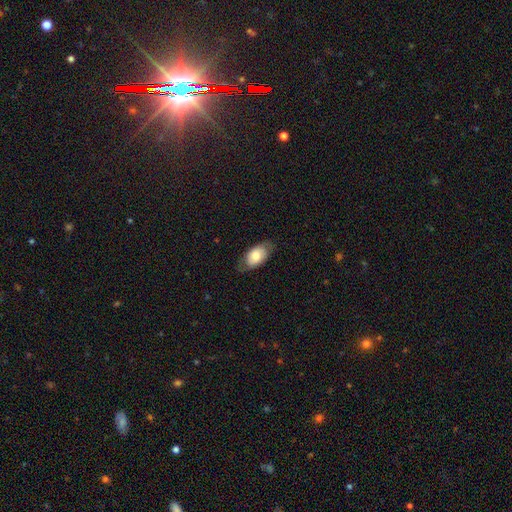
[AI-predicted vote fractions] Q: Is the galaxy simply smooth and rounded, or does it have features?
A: smooth — 68%.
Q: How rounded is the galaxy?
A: in between — 91%.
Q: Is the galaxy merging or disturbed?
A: none — 72%.